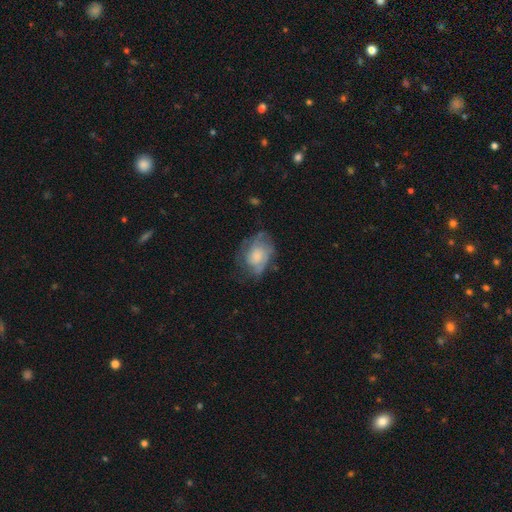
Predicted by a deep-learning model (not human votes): A smooth galaxy with no disk features (48%). Merging: none (53%).